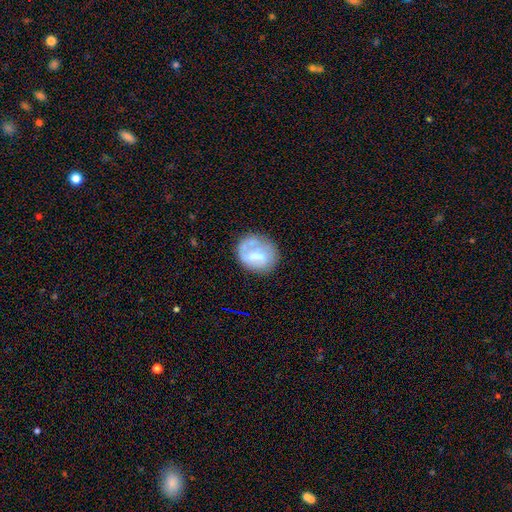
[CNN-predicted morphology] Q: Smooth or featured?
A: featured or disk (46%); tied with: smooth (46%)
Q: Merging?
A: none (58%); runner-up: minor disturbance (23%)